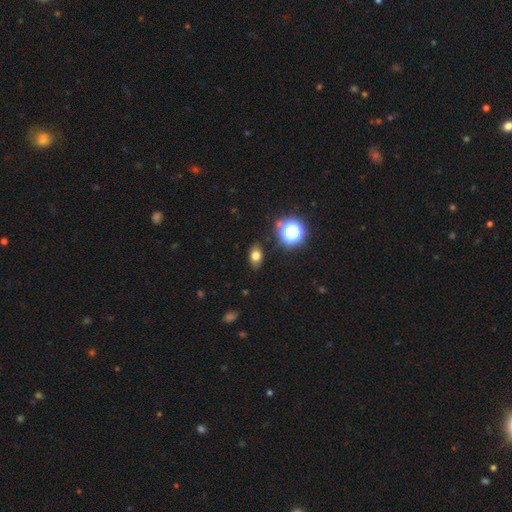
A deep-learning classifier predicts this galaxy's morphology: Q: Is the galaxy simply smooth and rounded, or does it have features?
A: smooth — 73%.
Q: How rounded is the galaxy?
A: in between — 76%.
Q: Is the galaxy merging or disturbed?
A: none — 85%.